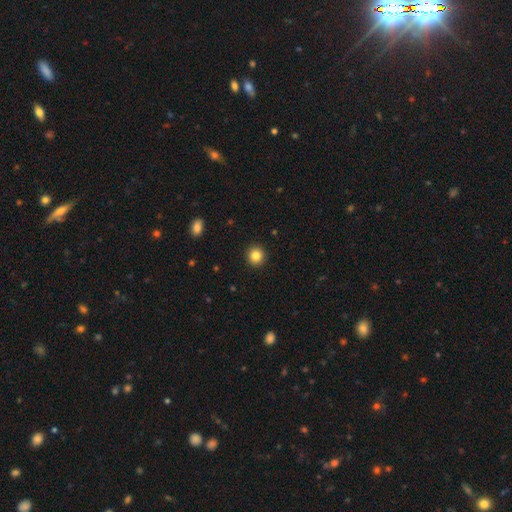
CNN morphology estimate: type=smooth (84%); roundness=round (93%); merging=none (93%).